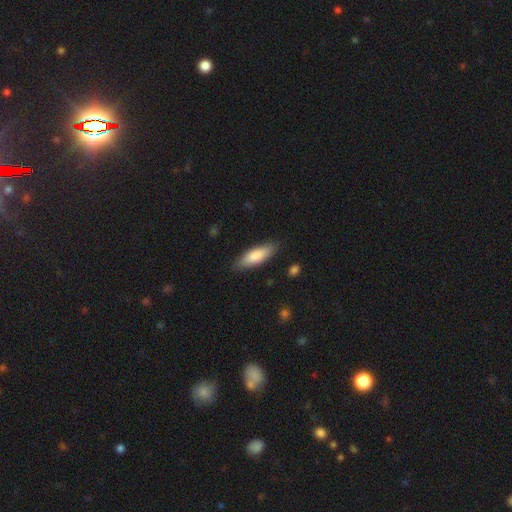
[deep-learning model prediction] Smooth or featured? Predicted: smooth (p=0.82). How rounded? Predicted: in between (p=0.49, tied with cigar-shaped). Merging? Predicted: none (p=0.85).